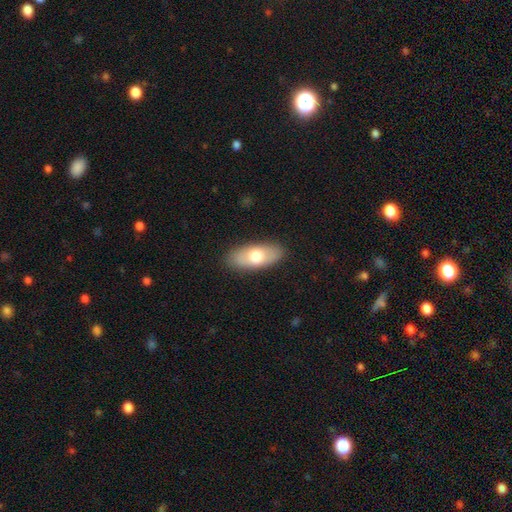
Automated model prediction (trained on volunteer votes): Smooth or featured: smooth — 67% (featured or disk — 28%)
How rounded: in between — 85% (cigar-shaped — 11%)
Merging: none — 87% (minor disturbance — 9%)